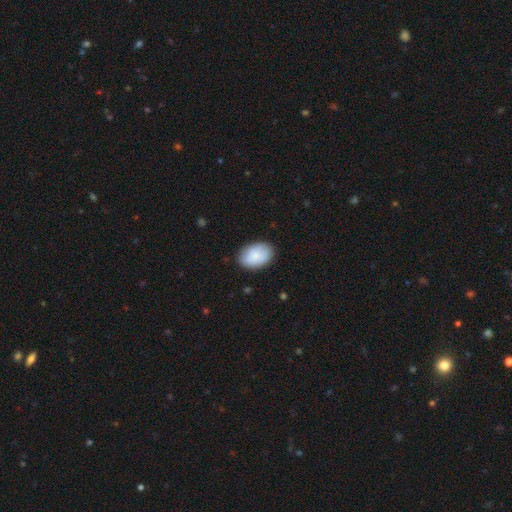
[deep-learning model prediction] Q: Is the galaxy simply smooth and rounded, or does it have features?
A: smooth — 86%.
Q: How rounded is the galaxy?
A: in between — 87%.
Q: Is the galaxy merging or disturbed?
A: none — 84%.